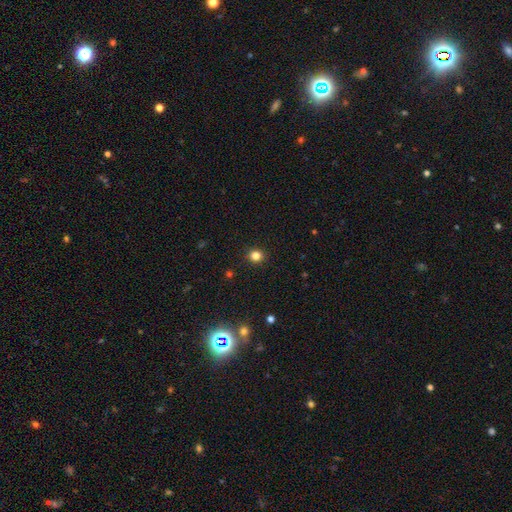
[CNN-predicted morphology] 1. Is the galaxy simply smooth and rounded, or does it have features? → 82% smooth, 14% star or artifact, 4% featured or disk.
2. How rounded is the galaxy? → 86% round, 13% in between, 1% cigar-shaped.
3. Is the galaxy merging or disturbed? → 92% none, 6% minor disturbance, 2% major disturbance, 1% merger.